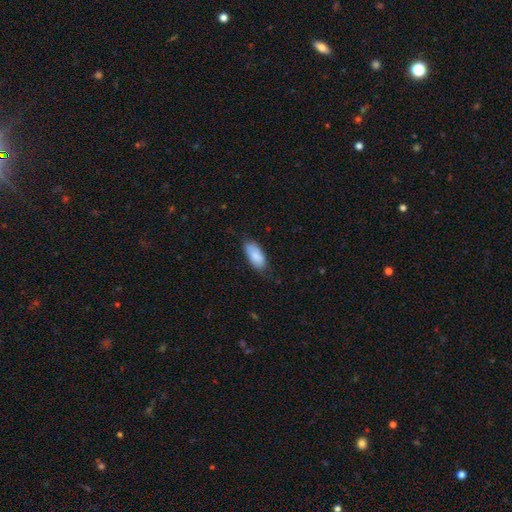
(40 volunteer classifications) Smooth or featured: smooth — 80% (featured or disk — 12%)
How rounded: in between — 94% (cigar-shaped — 6%)
Merging: none — 49% (minor disturbance — 43%)